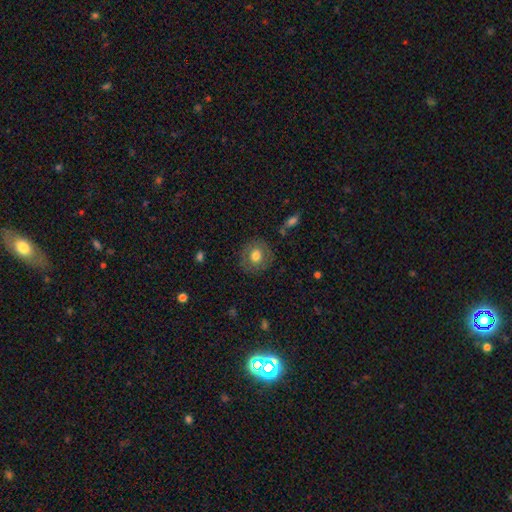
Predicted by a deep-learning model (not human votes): Q: Smooth or featured?
A: smooth (66%); runner-up: featured or disk (26%)
Q: How rounded?
A: round (87%); runner-up: in between (12%)
Q: Merging?
A: none (84%); runner-up: minor disturbance (11%)